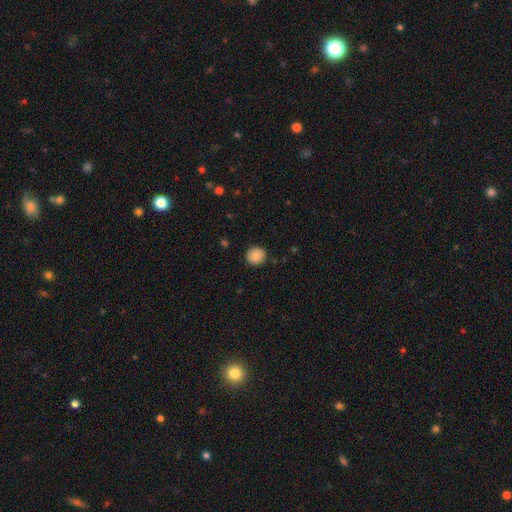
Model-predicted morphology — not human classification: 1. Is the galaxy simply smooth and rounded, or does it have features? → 88% smooth, 8% star or artifact, 4% featured or disk.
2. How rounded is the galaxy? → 87% round, 12% in between, 1% cigar-shaped.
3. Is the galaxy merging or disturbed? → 88% none, 9% minor disturbance, 2% major disturbance, 1% merger.